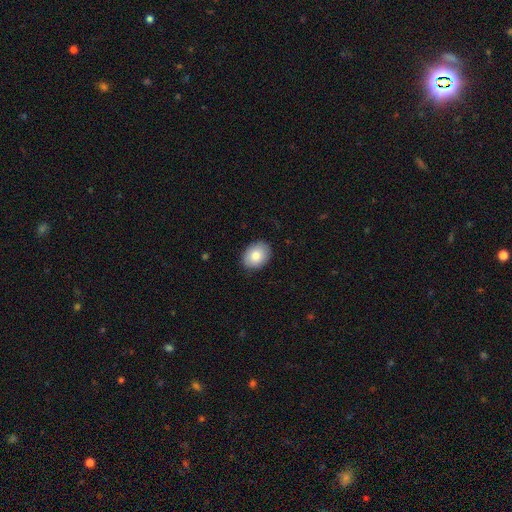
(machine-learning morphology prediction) A smooth galaxy with no disk features (83%) that is in between round and cigar-shaped (66%). Merging: none (87%).